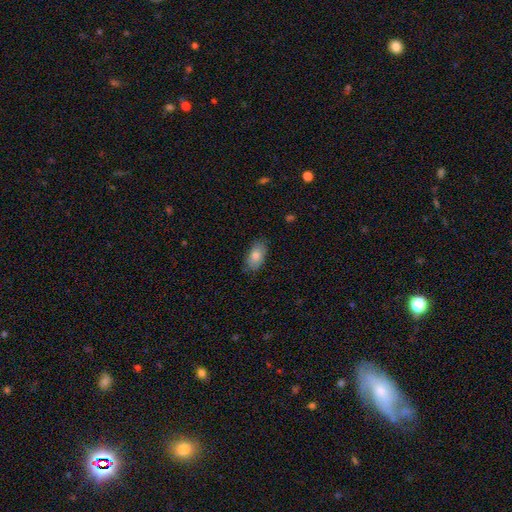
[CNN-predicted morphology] A smooth galaxy with no disk features (82%) that is in between round and cigar-shaped (92%). Merging: none (79%).